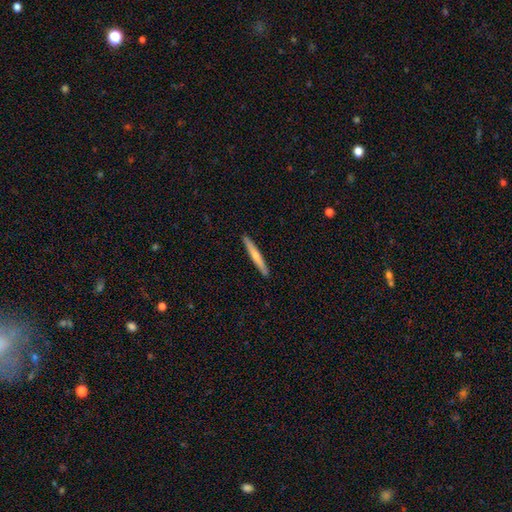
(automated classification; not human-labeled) Smooth or featured? Predicted: smooth (p=0.60). How rounded? Predicted: cigar-shaped (p=0.96). Merging? Predicted: none (p=0.92).